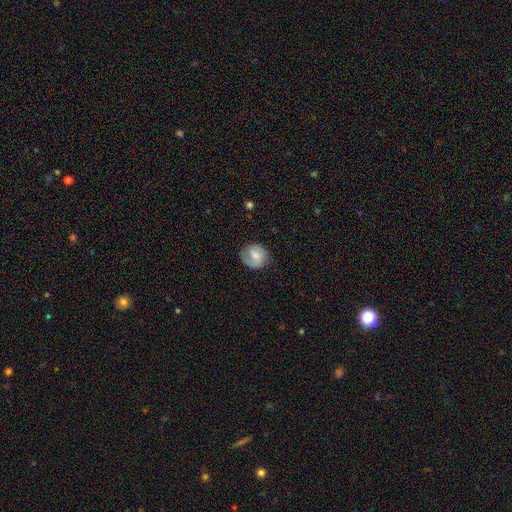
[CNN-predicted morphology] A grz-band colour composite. It shows a featured or disk galaxy (49%). Merging: none (68%).